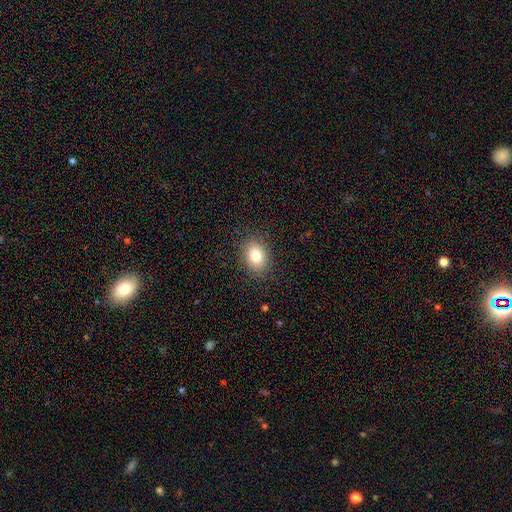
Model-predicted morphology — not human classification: smooth 81%, star or artifact 10%, featured or disk 9%. Down the decision tree: how rounded — in between (65%); merging — none (86%).